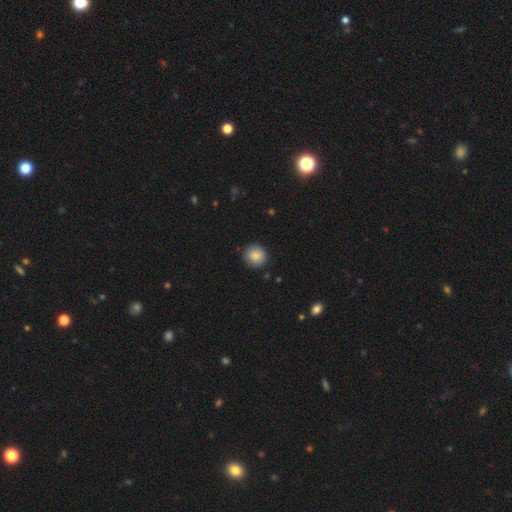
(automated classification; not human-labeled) A smooth galaxy with no disk features (87%) that is round (91%). Merging: none (90%).